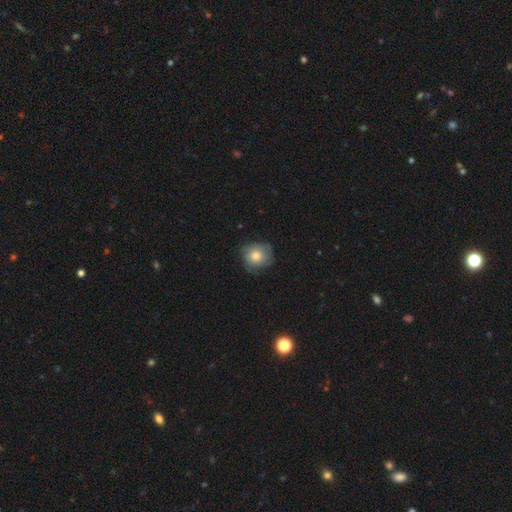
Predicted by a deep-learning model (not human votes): A smooth galaxy with no disk features (64%) that is round (86%). Merging: none (70%).